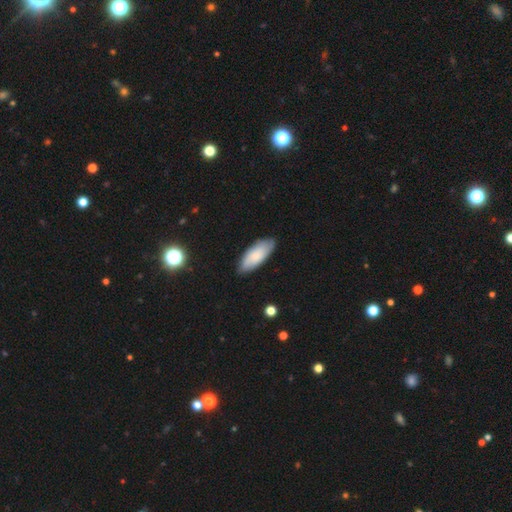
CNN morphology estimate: Smooth or featured? Predicted: smooth (p=0.76). How rounded? Predicted: in between (p=0.79). Merging? Predicted: none (p=0.82).